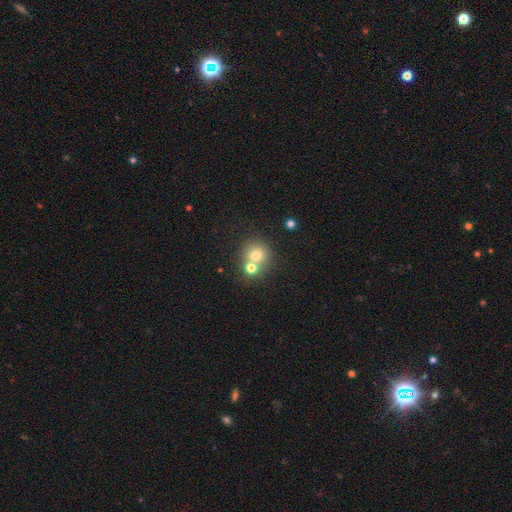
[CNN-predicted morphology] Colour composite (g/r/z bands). It shows a smooth galaxy with no disk features (72%) that is round (86%). Merging: merger (45%, tied with none).